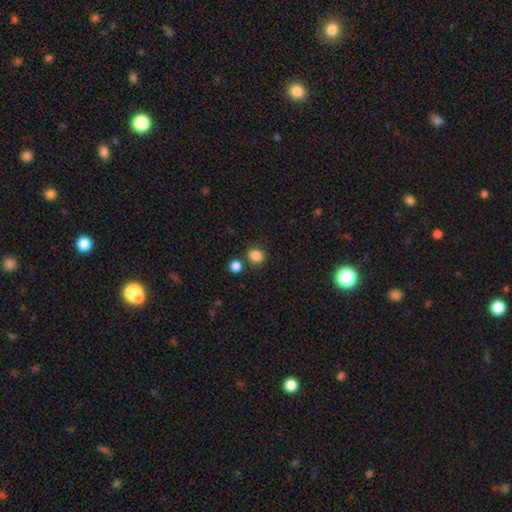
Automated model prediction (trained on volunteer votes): smooth-or-featured: smooth: 85% | star or artifact: 11% | featured or disk: 4%
  how-rounded: round: 77% | in between: 22% | cigar-shaped: 1%
  merging: none: 78% | merger: 10% | minor disturbance: 8% | major disturbance: 3%